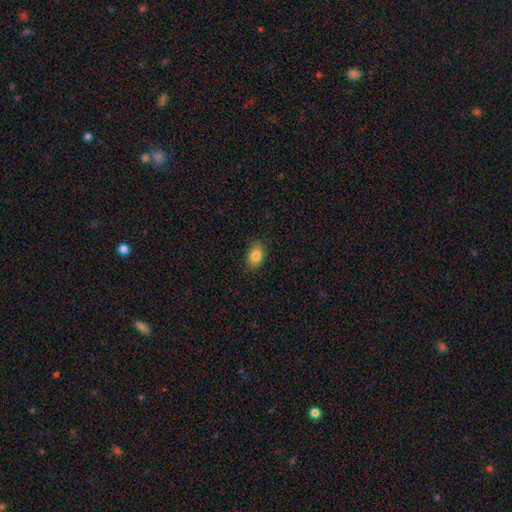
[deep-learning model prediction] smooth_or_featured: smooth (p=0.85) [alt: star or artifact p=0.09]
how_rounded: in between (p=0.84) [alt: round p=0.15]
merging: none (p=0.86) [alt: minor disturbance p=0.11]